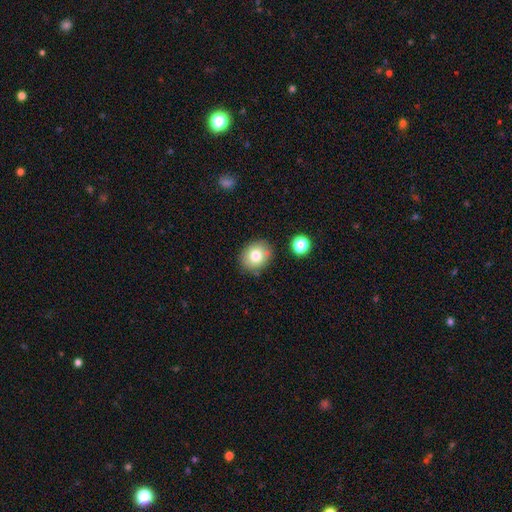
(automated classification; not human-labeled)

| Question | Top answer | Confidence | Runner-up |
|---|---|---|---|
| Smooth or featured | smooth | 78% | featured or disk (12%) |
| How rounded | round | 64% | in between (35%) |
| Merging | none | 81% | minor disturbance (12%) |